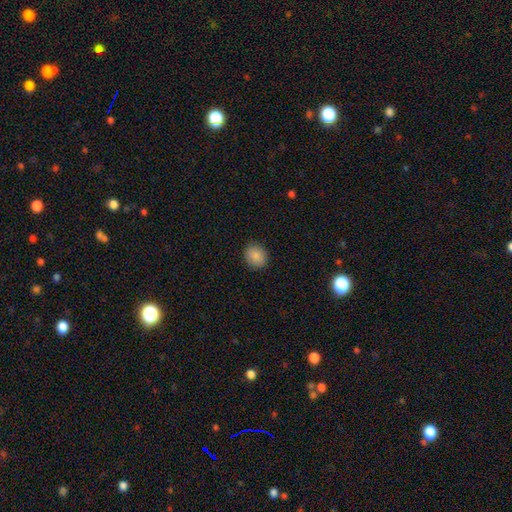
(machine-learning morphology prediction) Smooth or featured?
  - smooth: 87% *
  - star or artifact: 8%
  - featured or disk: 5%
How rounded?
  - round: 72% *
  - in between: 28%
  - cigar-shaped: 1%
Merging?
  - none: 89% *
  - minor disturbance: 8%
  - major disturbance: 2%
  - merger: 1%